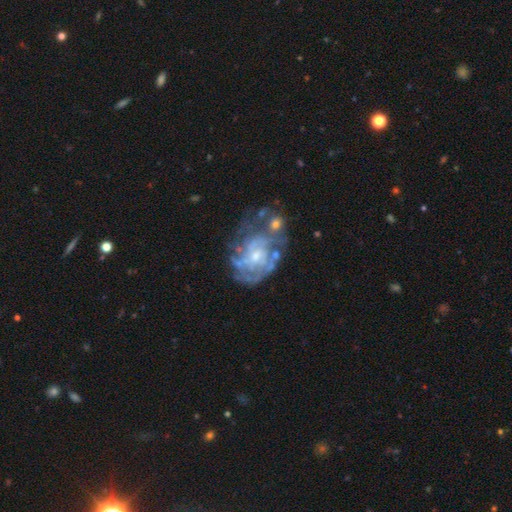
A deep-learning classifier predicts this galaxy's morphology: featured or disk 82%, smooth 11%, star or artifact 8%. Down the decision tree: edge-on disk — no (98%); bar — no (71%); spiral arms — yes (80%); spiral arm count — can't tell (51%); spiral winding — tight (58%); bulge size — small (61%); merging — none (46%).